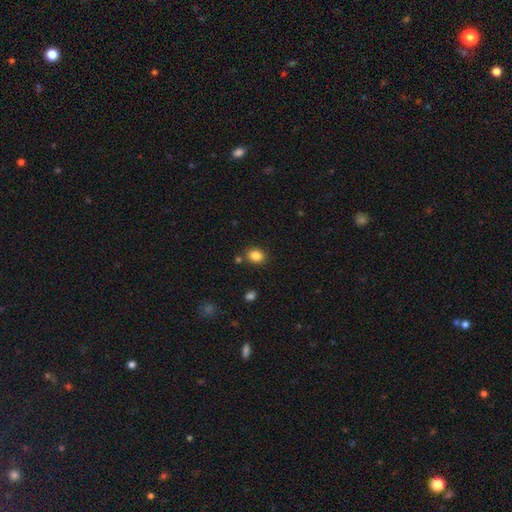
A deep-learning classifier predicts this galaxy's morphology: Smooth or featured?
  - smooth: 85% *
  - star or artifact: 11%
  - featured or disk: 5%
How rounded?
  - round: 56% *
  - in between: 43%
  - cigar-shaped: 1%
Merging?
  - none: 82% *
  - minor disturbance: 10%
  - merger: 5%
  - major disturbance: 3%